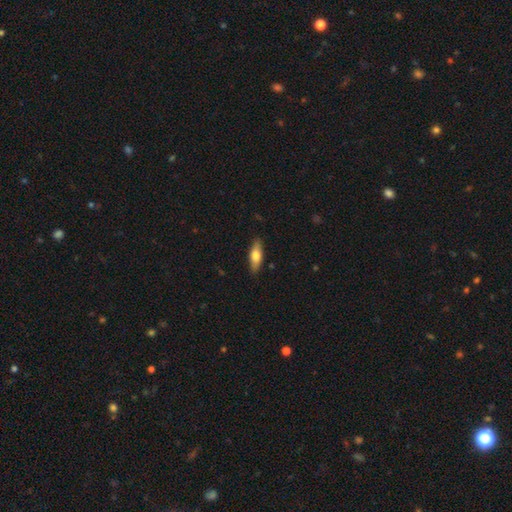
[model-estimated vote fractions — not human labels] Overall: smooth (71%). How rounded: in between (62%; cigar-shaped 36%). Merging: none (87%).